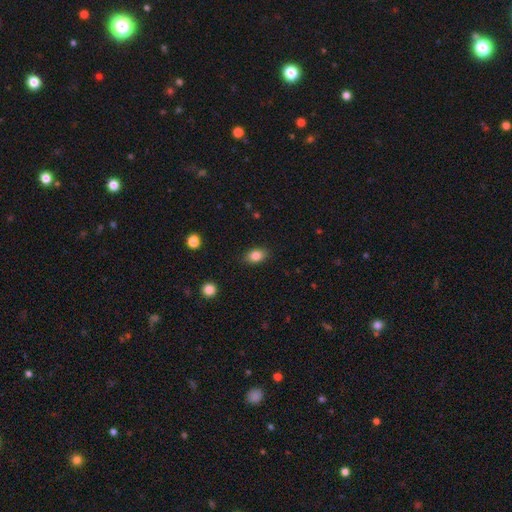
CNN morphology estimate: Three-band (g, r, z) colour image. It shows a smooth galaxy with no disk features (85%) that is in between round and cigar-shaped (77%). Merging: none (87%).